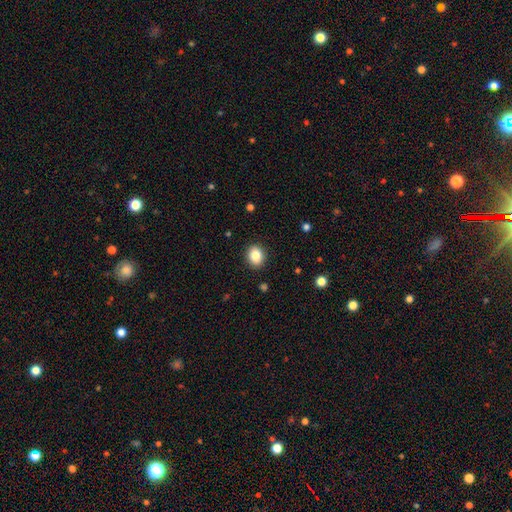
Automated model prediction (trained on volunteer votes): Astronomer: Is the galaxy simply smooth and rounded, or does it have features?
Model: smooth — 85%.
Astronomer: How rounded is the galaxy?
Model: in between — 51% (runner-up: round, 48%).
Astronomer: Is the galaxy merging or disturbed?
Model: none — 90%.